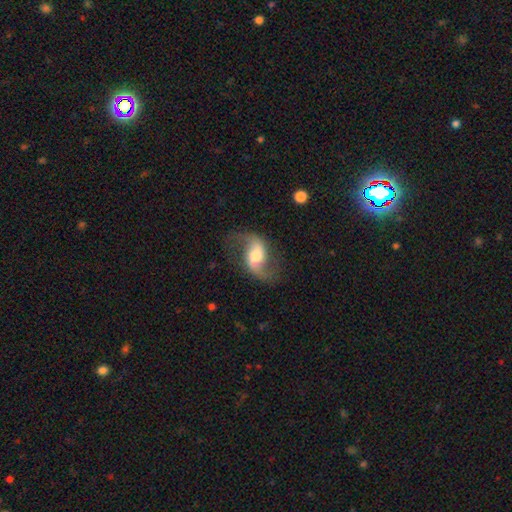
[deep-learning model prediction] Overall: featured or disk (84%). Edge-on disk: no (97%). Bar: weak (43%; no 33%). Spiral arms: yes (95%). Spiral arm count: 2 (93%). Spiral winding: loose (77%). Bulge size: moderate (60%; small 23%). Merging: none (75%).